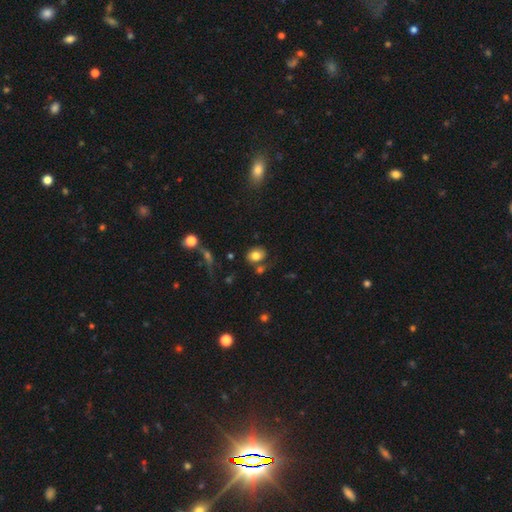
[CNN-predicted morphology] This appears to be a smooth galaxy with no disk features (77%) that is in between round and cigar-shaped (63%). Merging: none (62%).